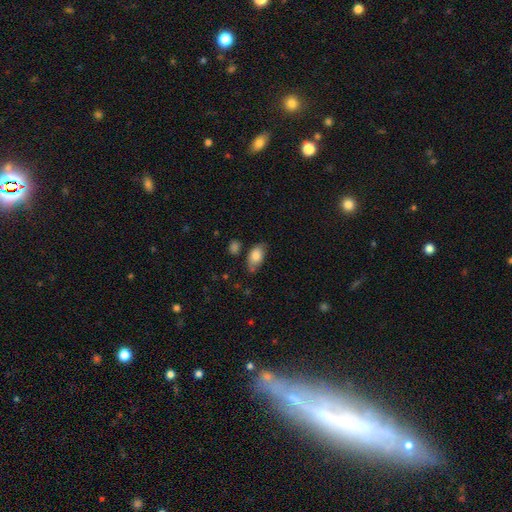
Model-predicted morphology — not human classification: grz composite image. It shows a smooth galaxy with no disk features (83%) that is in between round and cigar-shaped (91%). Merging: none (68%).